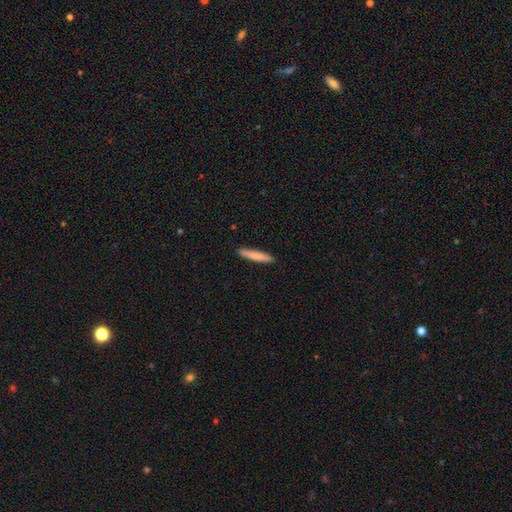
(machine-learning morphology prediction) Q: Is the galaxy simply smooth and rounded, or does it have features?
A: smooth — 78%.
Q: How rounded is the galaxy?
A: cigar-shaped — 93%.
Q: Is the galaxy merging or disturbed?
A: none — 92%.